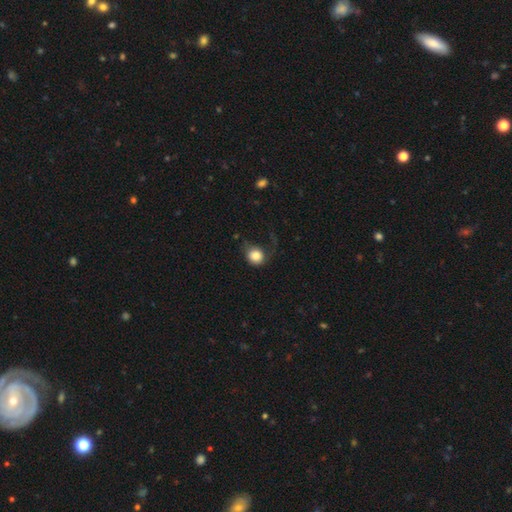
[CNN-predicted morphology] type=smooth (84%); roundness=round (80%); merging=none (48%).